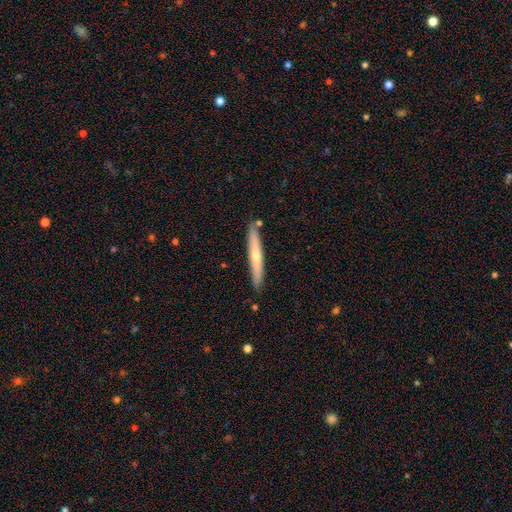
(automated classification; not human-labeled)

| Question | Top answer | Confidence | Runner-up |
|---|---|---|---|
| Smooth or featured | smooth | 51% | featured or disk (44%) |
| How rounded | cigar-shaped | 94% | in between (4%) |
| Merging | none | 86% | minor disturbance (10%) |